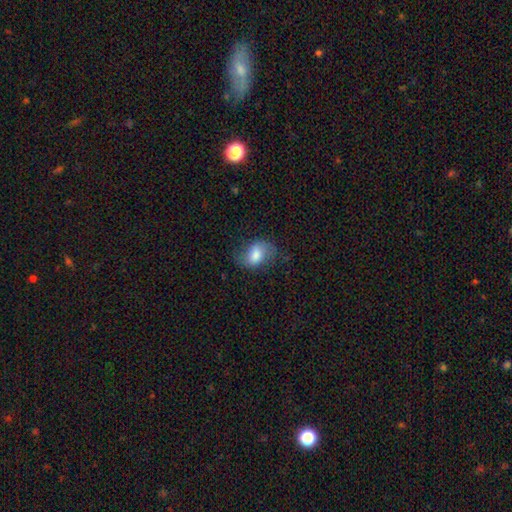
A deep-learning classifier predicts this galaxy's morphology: A smooth galaxy with no disk features (61%) that is in between round and cigar-shaped (77%).

Vote fractions:
- Smooth or featured? smooth: 61% / featured or disk: 31% / star or artifact: 8%
- How rounded? in between: 77% / round: 22% / cigar-shaped: 2%
- Merging? none: 63% / minor disturbance: 24% / major disturbance: 12% / merger: 1%